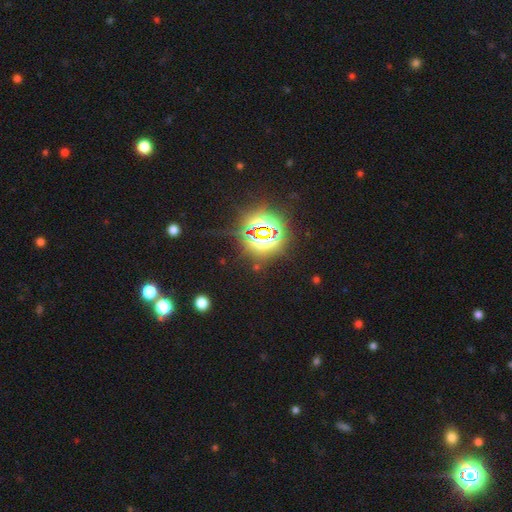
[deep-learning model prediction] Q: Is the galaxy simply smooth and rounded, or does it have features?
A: star or artifact — 85%.